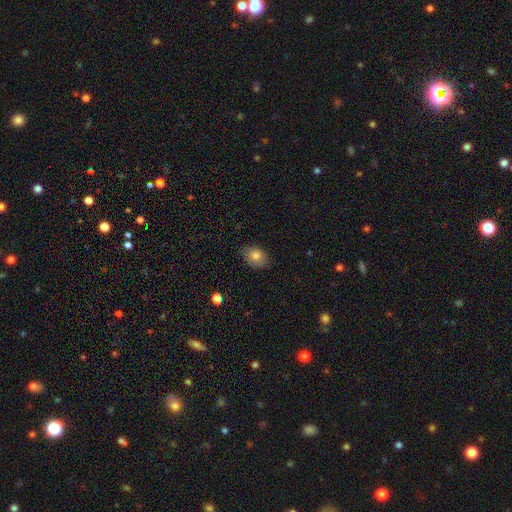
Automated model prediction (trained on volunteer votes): Smooth or featured: smooth — 80% (featured or disk — 11%)
How rounded: in between — 75% (round — 24%)
Merging: none — 76% (minor disturbance — 20%)